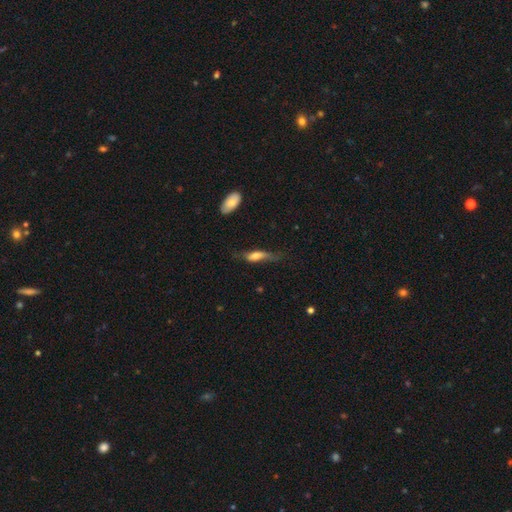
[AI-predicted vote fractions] A smooth galaxy with no disk features (56%) that is in between round and cigar-shaped (50%). Merging: none (38%).